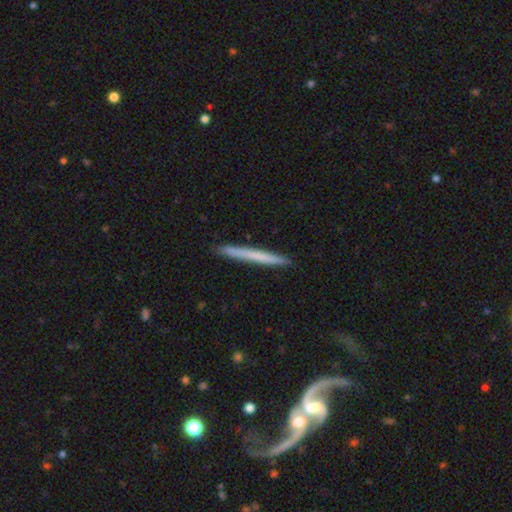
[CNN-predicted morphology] This appears to be a smooth galaxy with no disk features (60%) that is cigar-shaped (97%). Merging: none (92%).